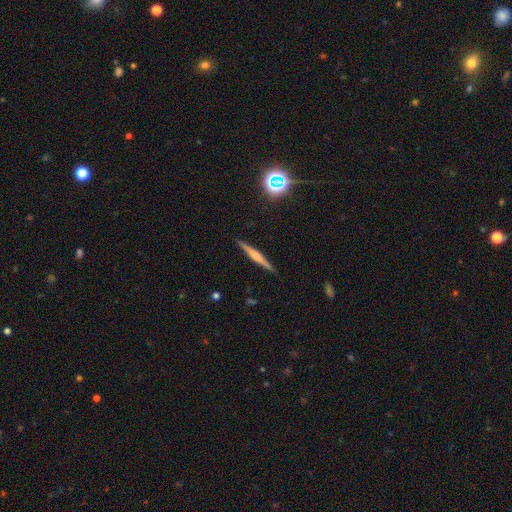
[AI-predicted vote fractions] A featured or disk galaxy (64%) viewed edge-on (98%) with a rounded central bulge (61%). Merging: none (91%).